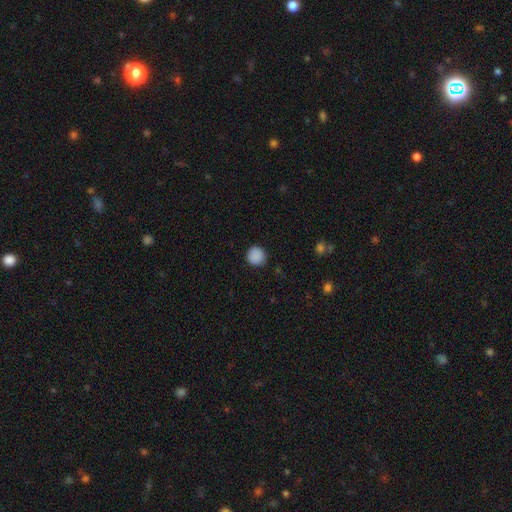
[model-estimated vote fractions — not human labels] A smooth galaxy with no disk features (88%) that is round (93%). Merging: none (90%).